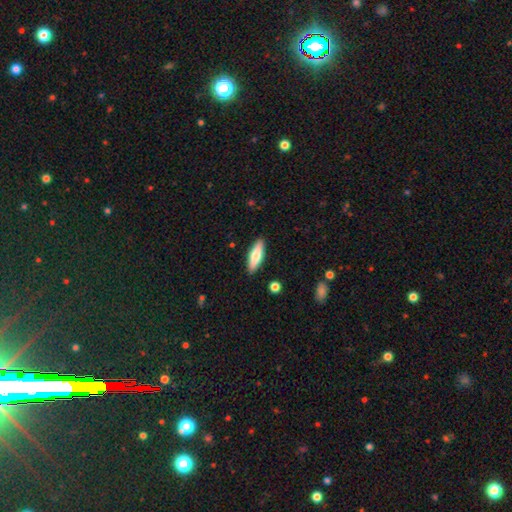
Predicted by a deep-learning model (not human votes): smooth-or-featured: smooth: 71% | featured or disk: 23% | star or artifact: 6%
  how-rounded: cigar-shaped: 52% | in between: 47% | round: 2%
  merging: none: 89% | minor disturbance: 8% | major disturbance: 2% | merger: 1%